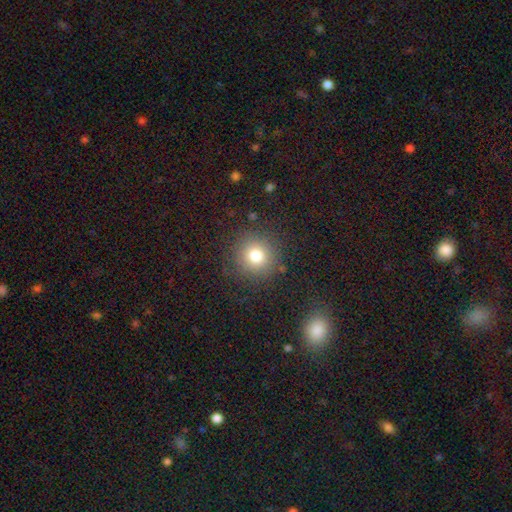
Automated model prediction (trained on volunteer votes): A smooth galaxy with no disk features (78%) that is round (93%).

Vote fractions:
- Smooth or featured? smooth: 78% / star or artifact: 14% / featured or disk: 8%
- How rounded? round: 93% / in between: 6% / cigar-shaped: 1%
- Merging? none: 87% / minor disturbance: 8% / major disturbance: 4% / merger: 2%